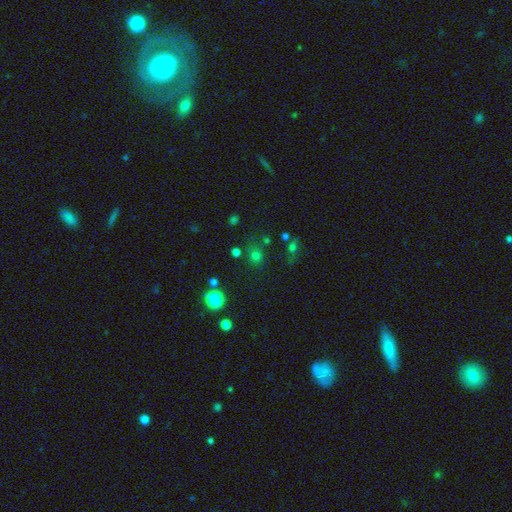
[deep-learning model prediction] Morphology: type=smooth (64%); roundness=round (83%); merging=none (73%).